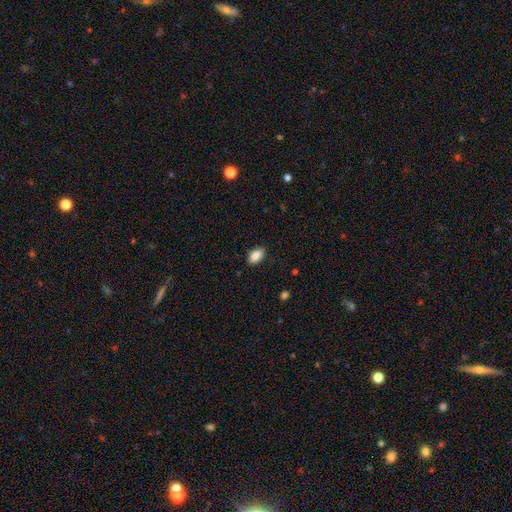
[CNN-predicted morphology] This appears to be a smooth galaxy with no disk features (88%) that is in between round and cigar-shaped (92%). Merging: none (85%).